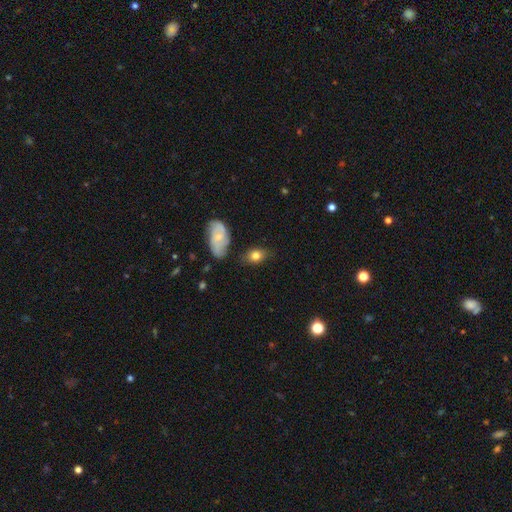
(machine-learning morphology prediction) Overall: smooth (77%). How rounded: in between (74%). Merging: none (70%).